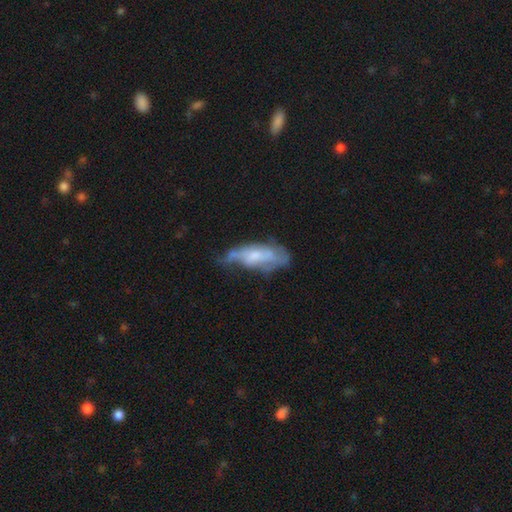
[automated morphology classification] Smooth or featured: featured or disk — 55% (smooth — 37%)
Edge-on disk: no — 80% (yes — 20%)
Merging: none — 36% (minor disturbance — 35%)